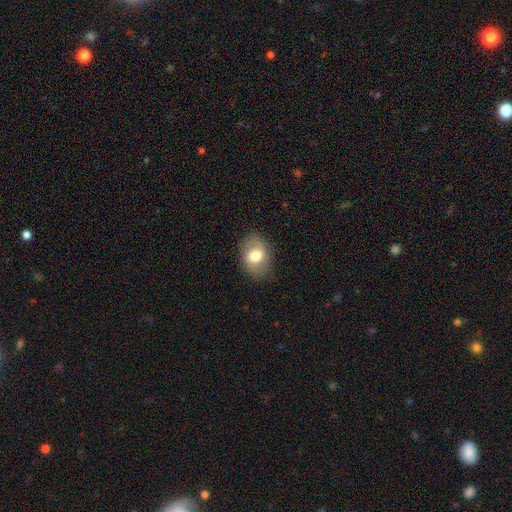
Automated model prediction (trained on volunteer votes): smooth 63%, featured or disk 29%, star or artifact 7%. Down the decision tree: how rounded — in between (74%); merging — none (81%).